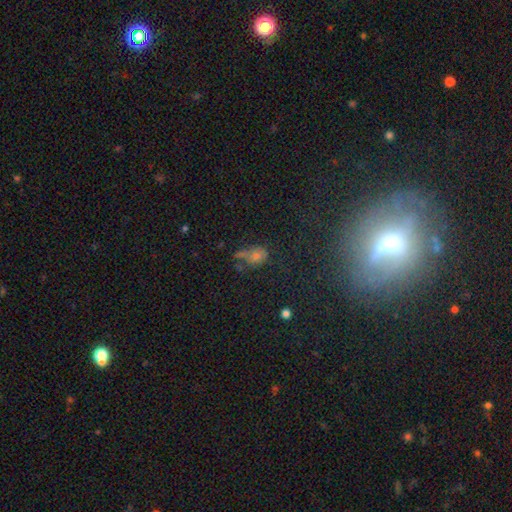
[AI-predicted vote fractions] Smooth or featured? smooth (53%)
How rounded? in between (67%)
Merging? none (44%)